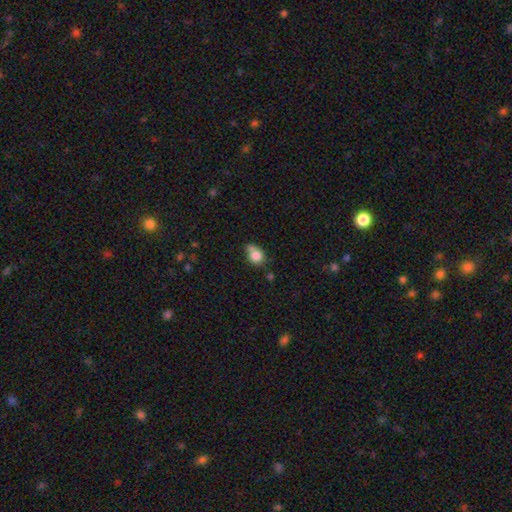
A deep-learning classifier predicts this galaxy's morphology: This appears to be a smooth galaxy with no disk features (81%) that is round (53%). Merging: none (40%).